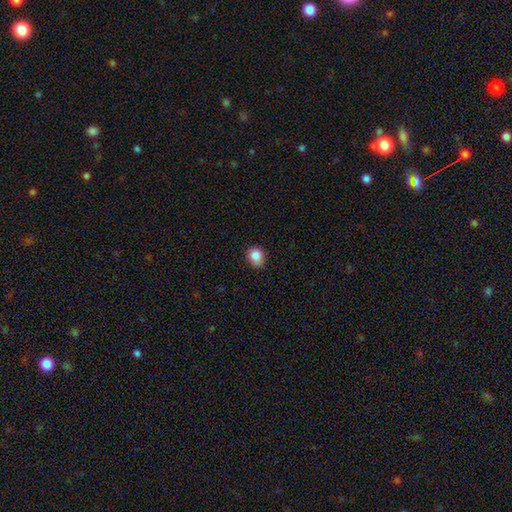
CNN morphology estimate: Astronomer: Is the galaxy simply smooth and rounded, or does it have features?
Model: smooth — 87%.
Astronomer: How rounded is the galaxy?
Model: round — 67%.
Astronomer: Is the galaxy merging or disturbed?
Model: none — 78%.